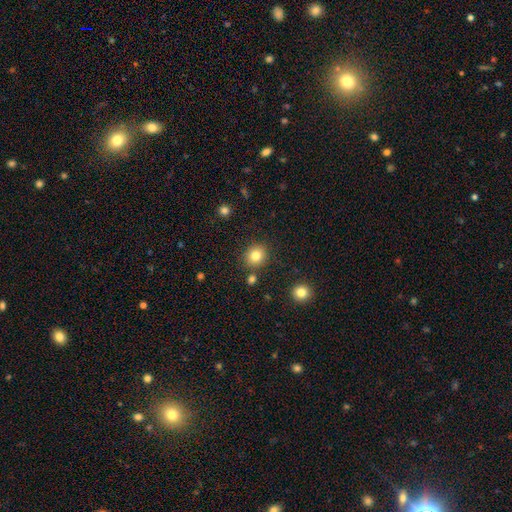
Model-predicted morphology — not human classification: smooth_or_featured: smooth (p=0.83) [alt: star or artifact p=0.11]
how_rounded: round (p=0.83) [alt: in between p=0.16]
merging: none (p=0.85) [alt: minor disturbance p=0.08]